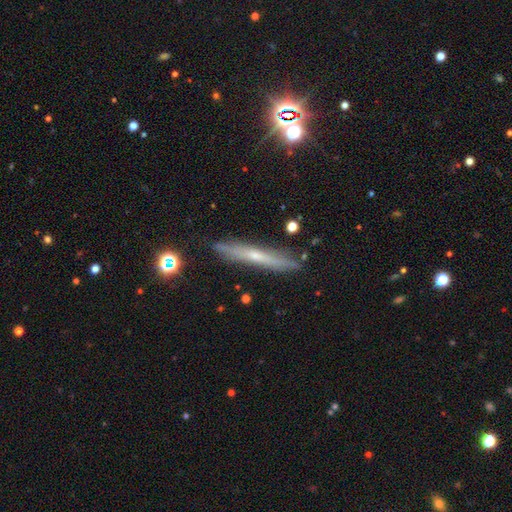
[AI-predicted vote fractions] This is possibly a featured or disk galaxy (55%). It is clearly viewed edge-on (89%). Merging: clearly none (85%).